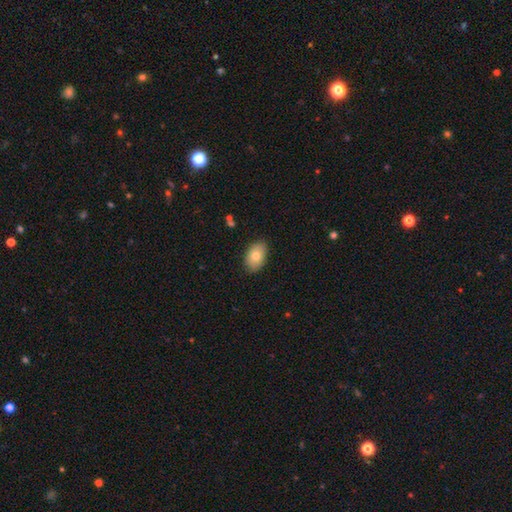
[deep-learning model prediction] A smooth galaxy with no disk features (77%) that is in between round and cigar-shaped (89%). Merging: none (87%).